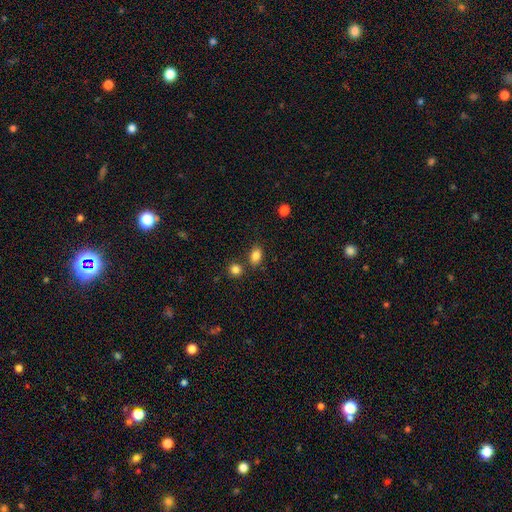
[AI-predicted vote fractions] Smooth or featured? Predicted: smooth (p=0.85). How rounded? Predicted: in between (p=0.80). Merging? Predicted: none (p=0.71).